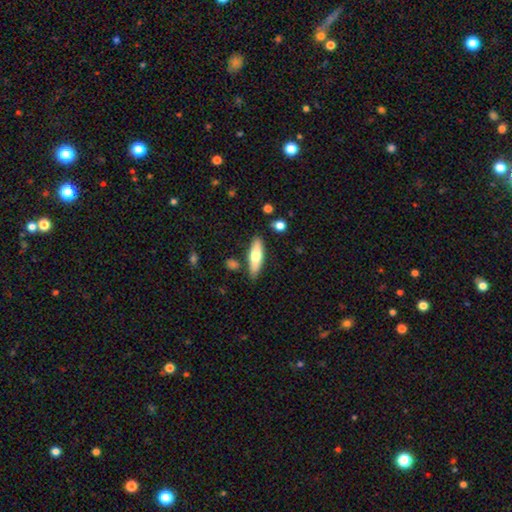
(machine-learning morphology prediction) A smooth galaxy with no disk features (62%) that is cigar-shaped (53%). Merging: none (82%).